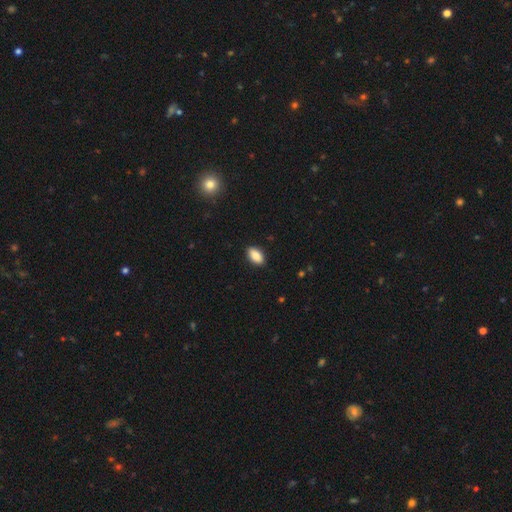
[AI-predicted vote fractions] This is clearly a smooth galaxy (88%). How rounded: clearly in between (92%). Merging: clearly none (88%).